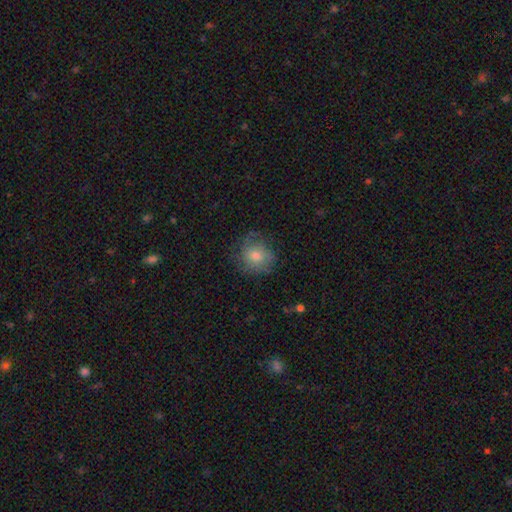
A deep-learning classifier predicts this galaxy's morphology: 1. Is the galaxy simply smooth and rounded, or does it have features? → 53% smooth, 38% featured or disk, 10% star or artifact.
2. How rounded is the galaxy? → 80% round, 18% in between, 1% cigar-shaped.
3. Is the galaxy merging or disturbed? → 66% none, 21% minor disturbance, 11% major disturbance, 1% merger.